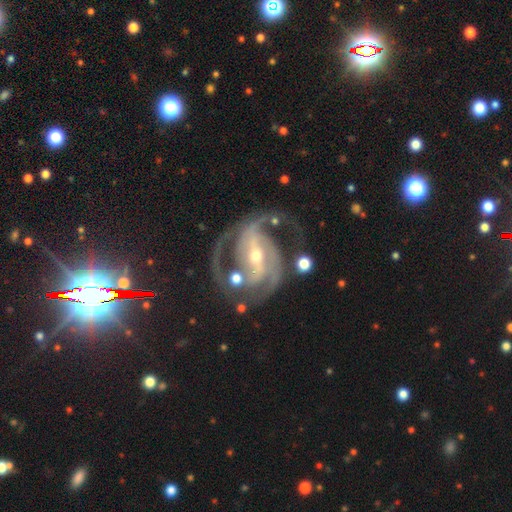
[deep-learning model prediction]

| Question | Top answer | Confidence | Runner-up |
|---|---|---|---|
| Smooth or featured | featured or disk | 91% | star or artifact (6%) |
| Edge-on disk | no | 97% | yes (3%) |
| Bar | strong | 64% | weak (25%) |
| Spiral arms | yes | 98% | no (2%) |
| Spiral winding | medium | 55% | tight (31%) |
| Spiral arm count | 2 | 70% | 3 (16%) |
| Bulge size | small | 60% | moderate (36%) |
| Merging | none | 62% | minor disturbance (17%) |